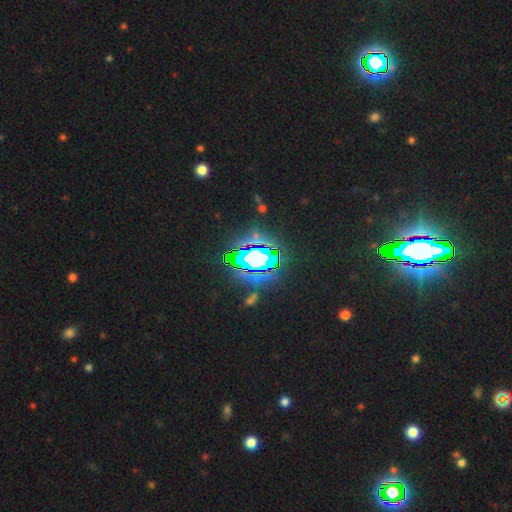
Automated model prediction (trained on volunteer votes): Smooth or featured? star or artifact (71%)